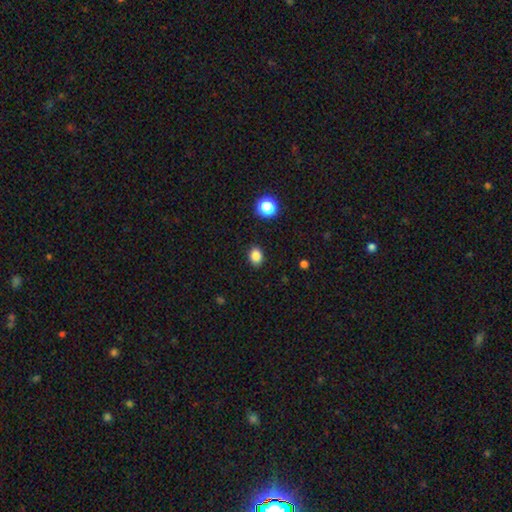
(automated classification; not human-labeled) Q: Smooth or featured?
A: smooth (85%); runner-up: star or artifact (11%)
Q: How rounded?
A: in between (54%); runner-up: round (45%)
Q: Merging?
A: none (89%); runner-up: minor disturbance (8%)